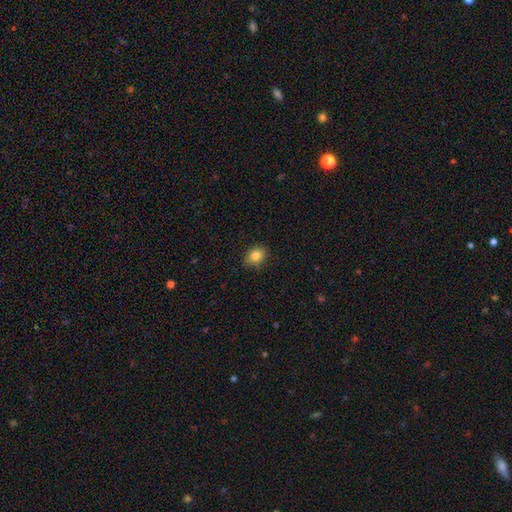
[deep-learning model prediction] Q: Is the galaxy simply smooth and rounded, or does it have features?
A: smooth — 84%.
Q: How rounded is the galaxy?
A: in between — 56%.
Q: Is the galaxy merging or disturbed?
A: none — 86%.